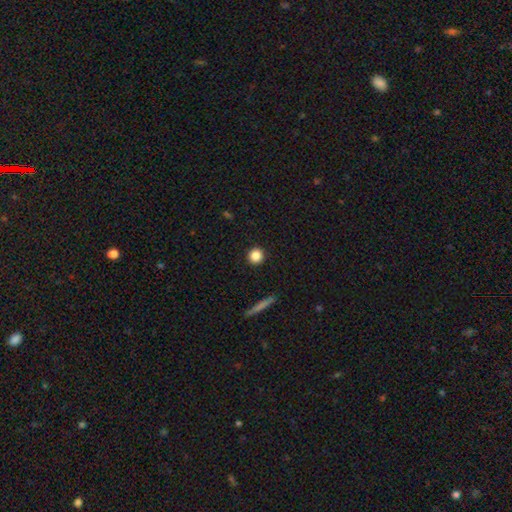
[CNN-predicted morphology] Overall: smooth (86%). How rounded: round (93%). Merging: none (92%).